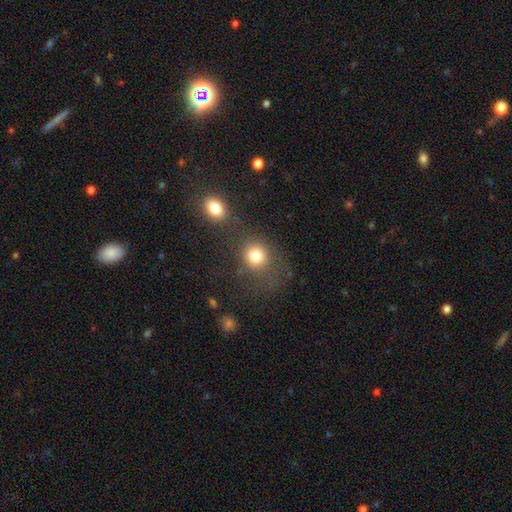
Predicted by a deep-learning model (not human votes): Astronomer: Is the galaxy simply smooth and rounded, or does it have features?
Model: smooth — 81%.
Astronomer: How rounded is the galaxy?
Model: round — 77%.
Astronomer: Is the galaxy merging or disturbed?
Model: none — 59%.